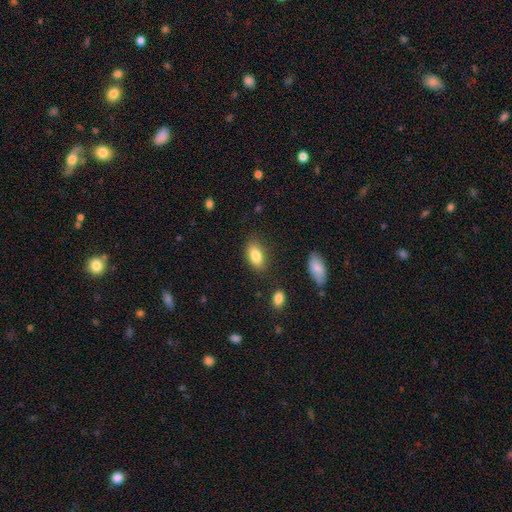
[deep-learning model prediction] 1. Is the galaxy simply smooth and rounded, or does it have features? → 84% smooth, 9% featured or disk, 7% star or artifact.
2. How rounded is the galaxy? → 91% in between, 6% round, 3% cigar-shaped.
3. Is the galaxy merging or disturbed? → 82% none, 12% minor disturbance, 3% major disturbance, 2% merger.